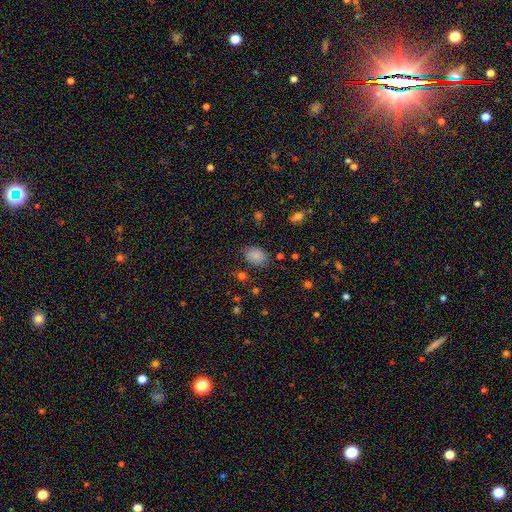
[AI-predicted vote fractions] A smooth galaxy with no disk features (80%) that is in between round and cigar-shaped (72%).

Vote fractions:
- Smooth or featured? smooth: 80% / star or artifact: 13% / featured or disk: 7%
- How rounded? in between: 72% / round: 27% / cigar-shaped: 1%
- Merging? none: 75% / minor disturbance: 18% / major disturbance: 5% / merger: 2%